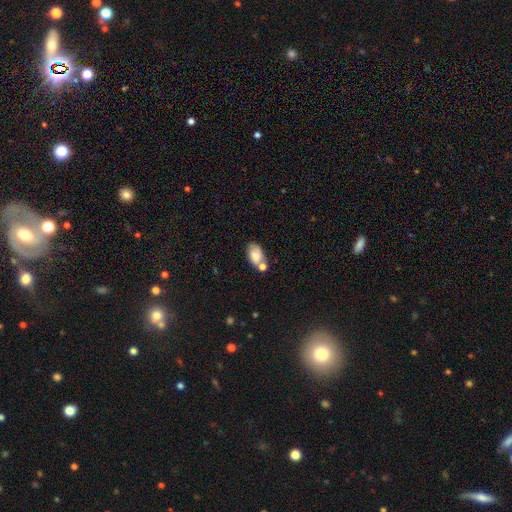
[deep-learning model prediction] This is likely a smooth galaxy (65%). How rounded: clearly in between (90%). Merging: marginally none (38%).